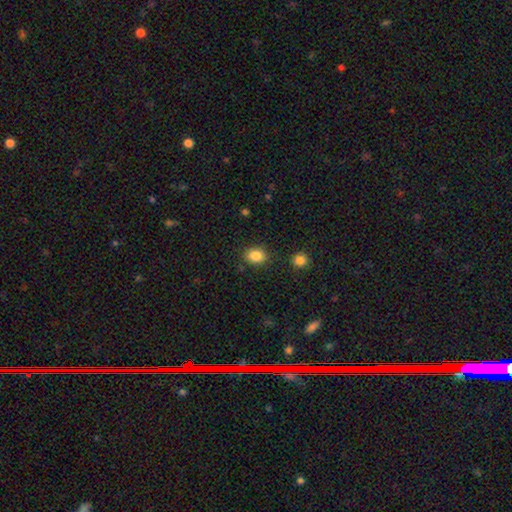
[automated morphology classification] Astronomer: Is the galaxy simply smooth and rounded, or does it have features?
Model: smooth — 86%.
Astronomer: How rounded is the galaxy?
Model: in between — 59% (runner-up: round, 40%).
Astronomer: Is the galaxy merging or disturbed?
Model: none — 84%.